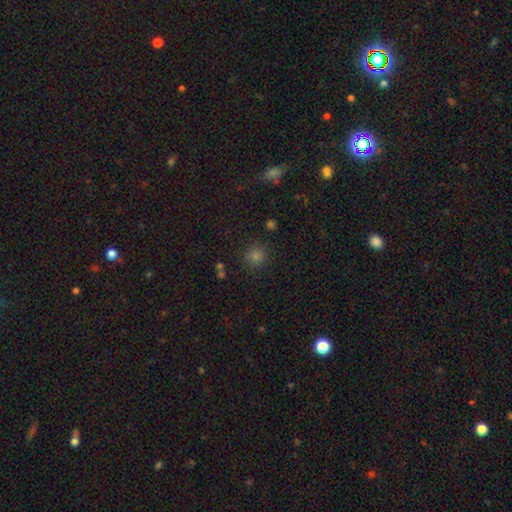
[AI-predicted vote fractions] A smooth galaxy with no disk features (69%) that is round (90%).

Vote fractions:
- Smooth or featured? smooth: 69% / star or artifact: 25% / featured or disk: 5%
- How rounded? round: 90% / in between: 9% / cigar-shaped: 1%
- Merging? none: 88% / minor disturbance: 7% / major disturbance: 3% / merger: 2%